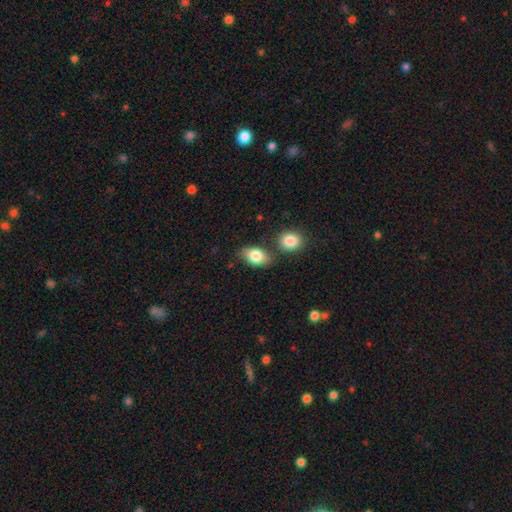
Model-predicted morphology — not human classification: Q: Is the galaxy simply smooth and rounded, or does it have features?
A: smooth — 82%.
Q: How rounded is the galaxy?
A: in between — 85%.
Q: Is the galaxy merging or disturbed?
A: none — 67%.